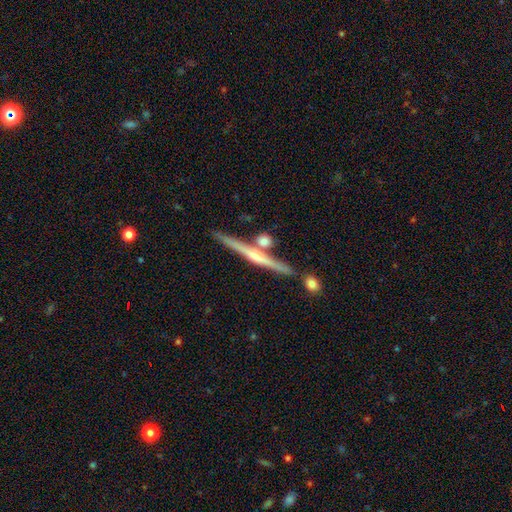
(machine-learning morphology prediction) A featured or disk galaxy (70%) viewed edge-on (97%) with a rounded central bulge (62%).

Vote fractions:
- Smooth or featured? featured or disk: 70% / smooth: 23% / star or artifact: 6%
- Edge-on disk? yes: 97% / no: 3%
- Edge-on bulge? rounded: 62% / none: 29% / boxy: 9%
- Merging? none: 79% / merger: 10% / minor disturbance: 9% / major disturbance: 2%